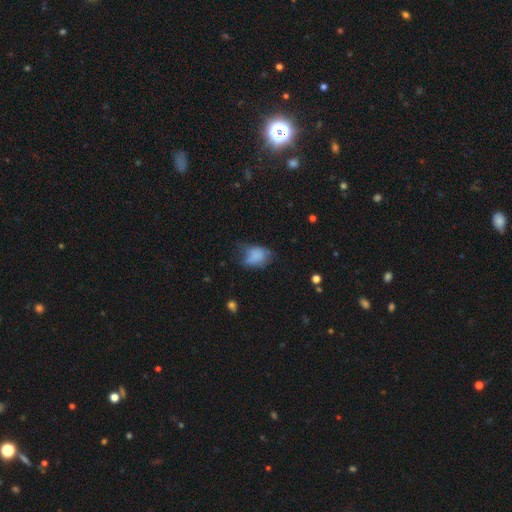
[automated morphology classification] Smooth or featured? Predicted: smooth (p=0.71). How rounded? Predicted: in between (p=0.80). Merging? Predicted: minor disturbance (p=0.37).